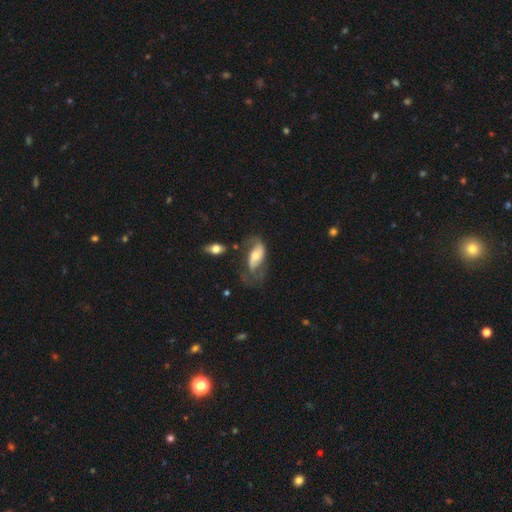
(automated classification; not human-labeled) Q: Smooth or featured?
A: featured or disk (56%); runner-up: smooth (37%)
Q: Edge-on disk?
A: no (89%); runner-up: yes (11%)
Q: Bar?
A: no (53%); runner-up: weak (29%)
Q: Spiral arms?
A: yes (71%); runner-up: no (29%)
Q: Bulge size?
A: moderate (58%); runner-up: small (29%)
Q: Merging?
A: none (38%); runner-up: major disturbance (31%)